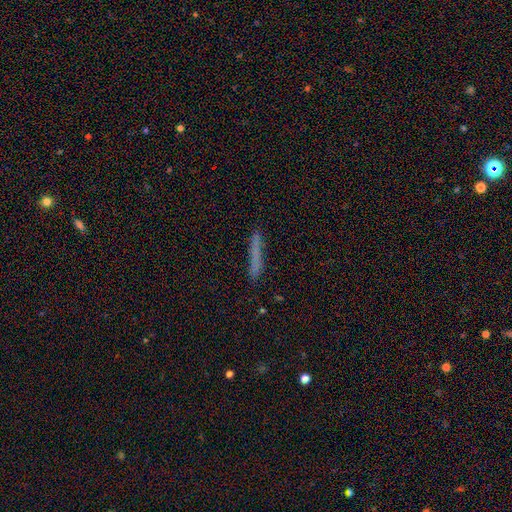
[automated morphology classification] A smooth galaxy with no disk features (67%) that is cigar-shaped (96%).

Vote fractions:
- Smooth or featured? smooth: 67% / featured or disk: 24% / star or artifact: 9%
- How rounded? cigar-shaped: 96% / in between: 3% / round: 2%
- Merging? none: 85% / minor disturbance: 11% / major disturbance: 3% / merger: 2%